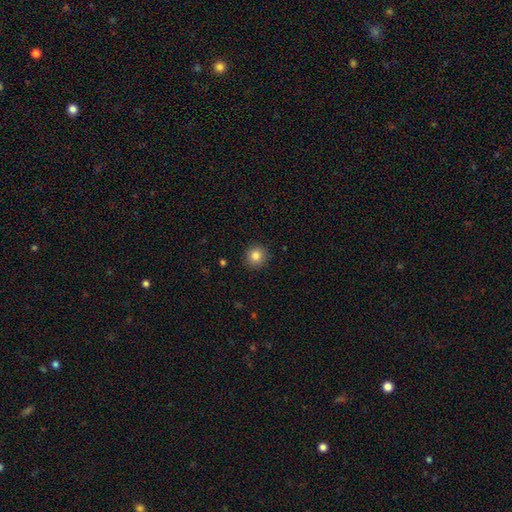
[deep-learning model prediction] A smooth galaxy with no disk features (84%) that is round (92%). Merging: none (91%).